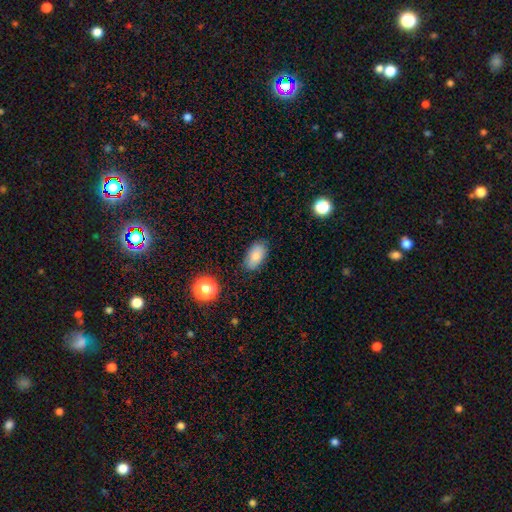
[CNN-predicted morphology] A smooth galaxy with no disk features (80%) that is in between round and cigar-shaped (92%).

Vote fractions:
- Smooth or featured? smooth: 80% / featured or disk: 11% / star or artifact: 9%
- How rounded? in between: 92% / round: 5% / cigar-shaped: 3%
- Merging? none: 83% / minor disturbance: 13% / major disturbance: 3% / merger: 2%